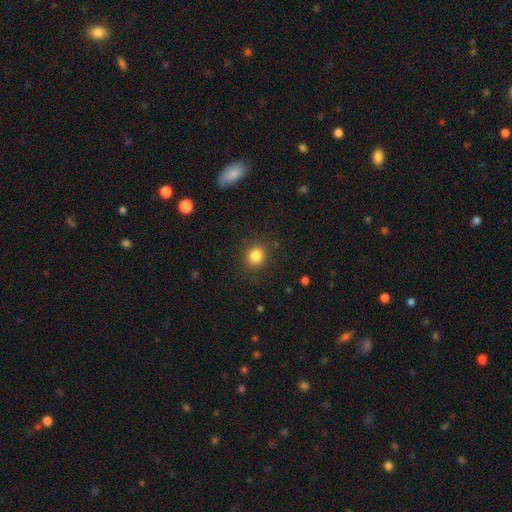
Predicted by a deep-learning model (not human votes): This appears to be a smooth galaxy with no disk features (84%) that is round (79%). Merging: none (87%).